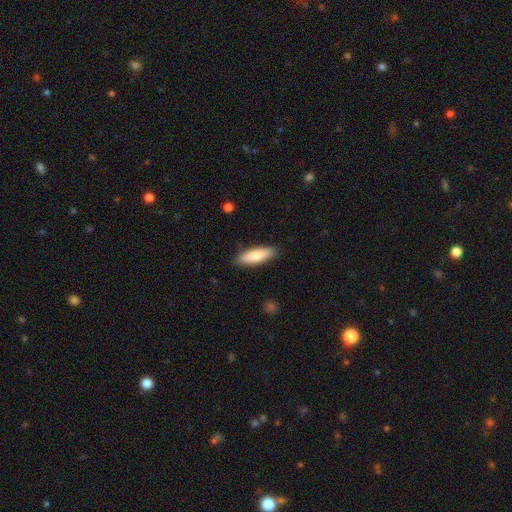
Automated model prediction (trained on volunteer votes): A smooth galaxy with no disk features (80%) that is cigar-shaped (50%). Merging: none (88%).